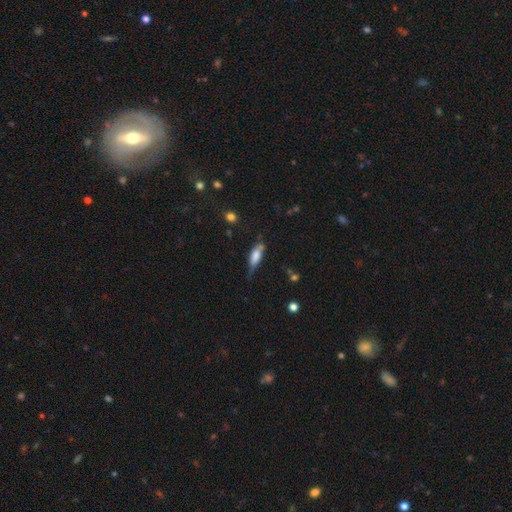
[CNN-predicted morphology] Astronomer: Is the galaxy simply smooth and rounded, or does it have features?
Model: smooth — 64%.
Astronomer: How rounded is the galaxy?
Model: in between — 59% (runner-up: cigar-shaped, 39%).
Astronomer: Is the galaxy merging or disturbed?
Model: none — 46% (runner-up: minor disturbance, 35%).